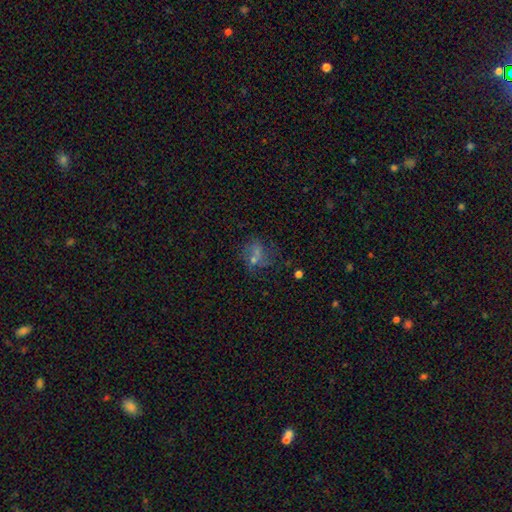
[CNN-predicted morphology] smooth-or-featured: smooth: 45% | featured or disk: 34% | star or artifact: 21%
  merging: none: 45% | major disturbance: 20% | minor disturbance: 18% | merger: 17%